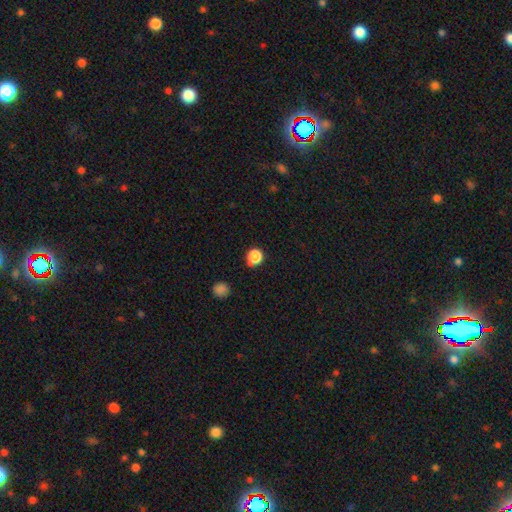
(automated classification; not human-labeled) Smooth or featured: smooth — 77% (star or artifact — 19%)
How rounded: round — 88% (in between — 11%)
Merging: none — 77% (minor disturbance — 14%)